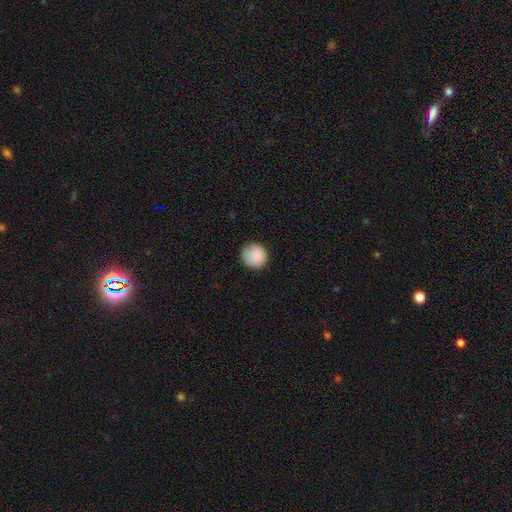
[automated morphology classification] This is clearly a smooth galaxy (86%). How rounded: clearly round (90%). Merging: likely none (78%).